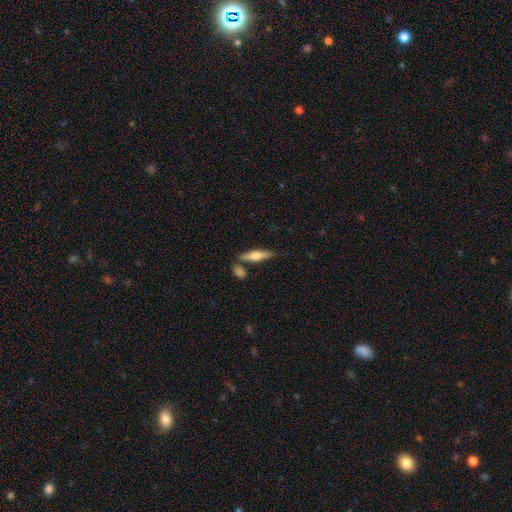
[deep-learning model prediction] smooth-or-featured: smooth: 53% | featured or disk: 41% | star or artifact: 6%
  how-rounded: cigar-shaped: 72% | in between: 26% | round: 2%
  merging: none: 74% | minor disturbance: 12% | merger: 12% | major disturbance: 3%